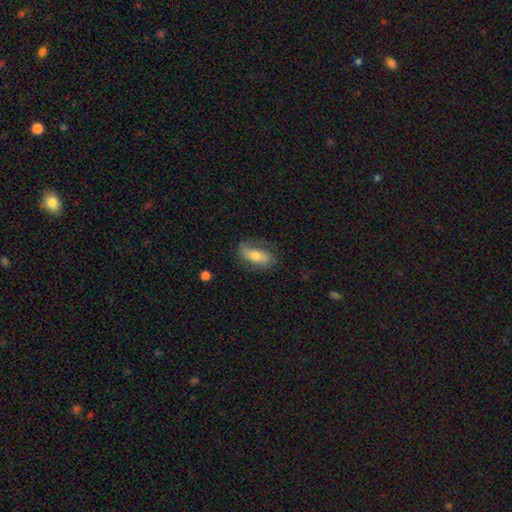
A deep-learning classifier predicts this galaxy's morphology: Smooth or featured: featured or disk — 49% (smooth — 43%)
Merging: none — 67% (minor disturbance — 22%)